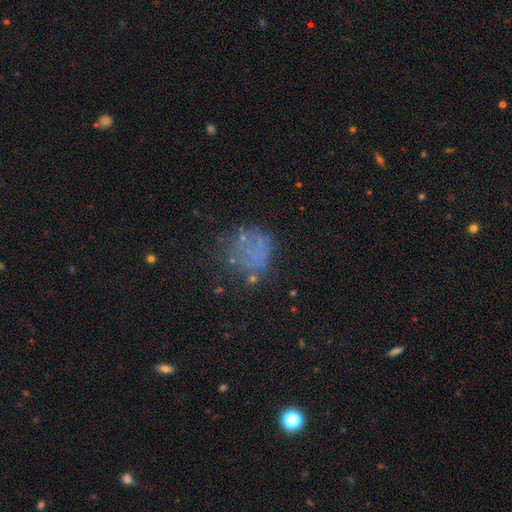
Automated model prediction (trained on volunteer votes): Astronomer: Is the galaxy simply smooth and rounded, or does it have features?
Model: smooth — 40% (runner-up: featured or disk, 34%).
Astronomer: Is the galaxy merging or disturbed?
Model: none — 58%.